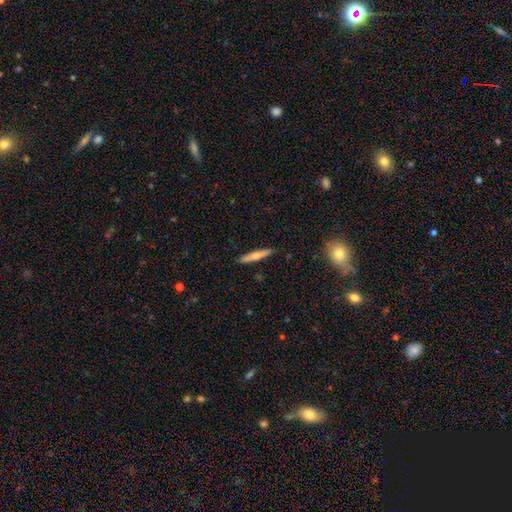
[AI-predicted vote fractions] This is possibly a smooth galaxy (57%). How rounded: clearly cigar-shaped (91%). Merging: clearly none (90%).